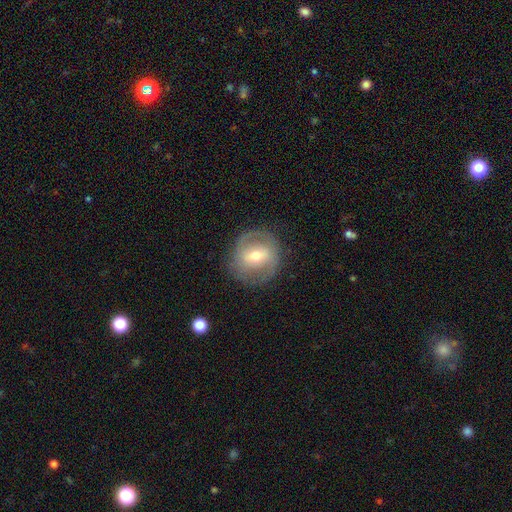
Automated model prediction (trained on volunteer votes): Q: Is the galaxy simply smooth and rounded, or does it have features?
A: featured or disk — 69%.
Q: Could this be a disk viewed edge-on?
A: no — 96%.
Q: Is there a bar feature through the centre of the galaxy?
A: weak — 46%.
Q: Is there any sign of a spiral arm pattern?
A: yes — 77%.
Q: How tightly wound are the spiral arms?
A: medium — 44%.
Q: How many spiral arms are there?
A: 2 — 78%.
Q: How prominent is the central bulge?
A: moderate — 64%.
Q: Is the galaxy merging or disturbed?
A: none — 80%.